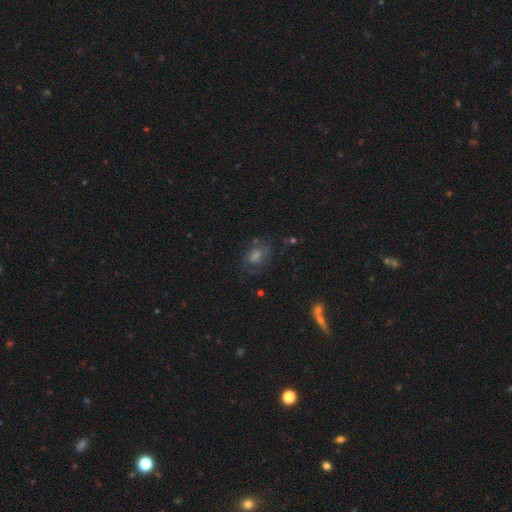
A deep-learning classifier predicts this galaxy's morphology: type=featured or disk (41%); merging=none (67%).